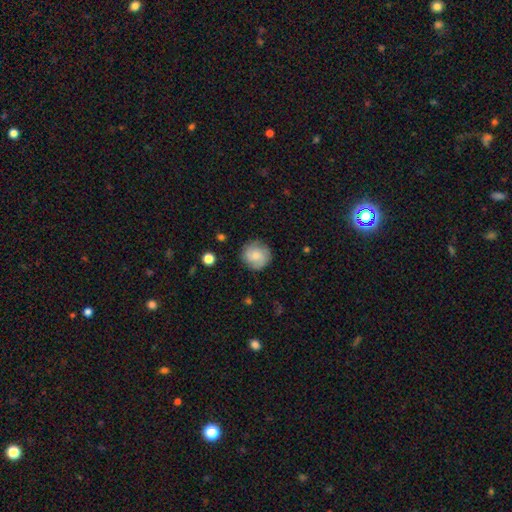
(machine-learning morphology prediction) Overall: smooth (60%; featured or disk 32%). How rounded: round (91%). Merging: none (83%).